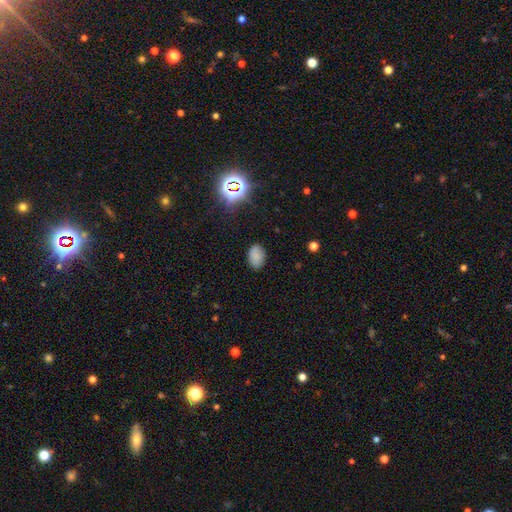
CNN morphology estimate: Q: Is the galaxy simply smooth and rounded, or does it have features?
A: smooth — 78%.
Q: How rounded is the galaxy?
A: in between — 85%.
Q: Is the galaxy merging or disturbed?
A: none — 82%.